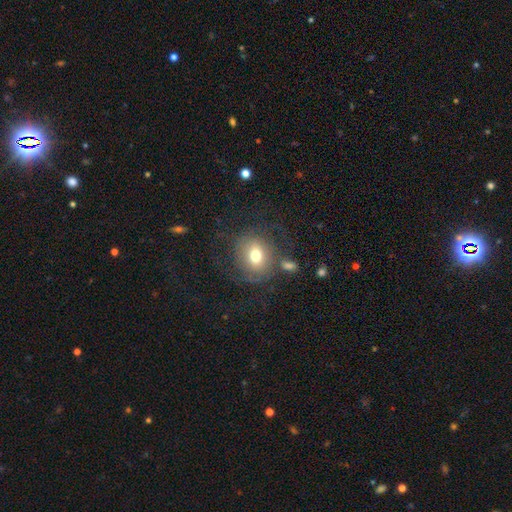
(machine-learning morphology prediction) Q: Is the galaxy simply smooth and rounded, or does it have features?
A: smooth — 64%.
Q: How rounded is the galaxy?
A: round — 68%.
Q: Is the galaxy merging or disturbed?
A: none — 61%.